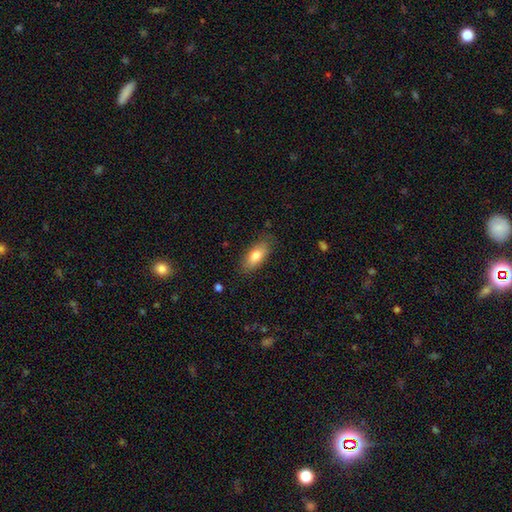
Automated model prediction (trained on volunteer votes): The model was most divided on "merging": none: 80%, minor disturbance: 15%, major disturbance: 4%, merger: 1%. More confident: how rounded — in between (84%); smooth or featured — smooth (81%).